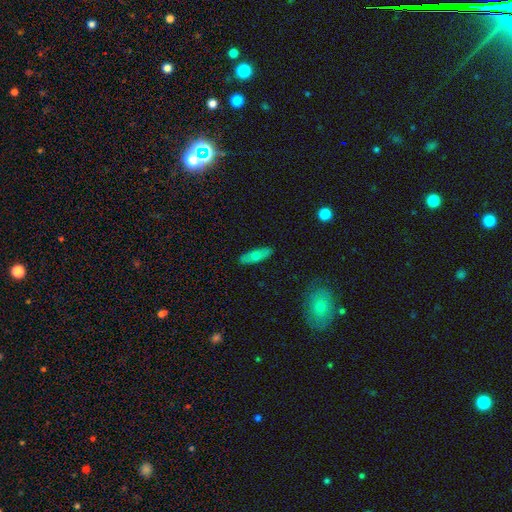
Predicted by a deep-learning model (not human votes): Smooth or featured?
  - smooth: 64% *
  - featured or disk: 30%
  - star or artifact: 6%
How rounded?
  - in between: 59% *
  - cigar-shaped: 38%
  - round: 3%
Merging?
  - none: 88% *
  - minor disturbance: 9%
  - major disturbance: 2%
  - merger: 1%